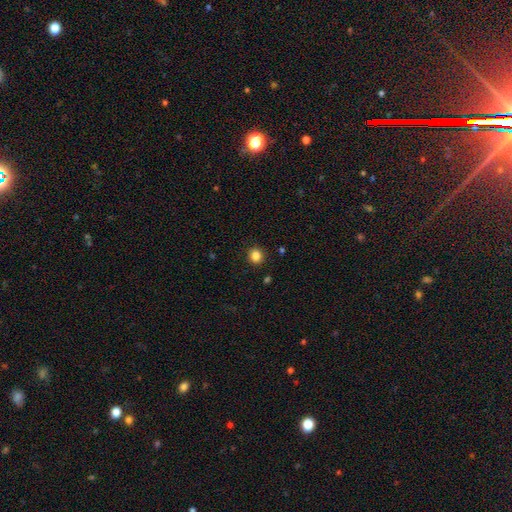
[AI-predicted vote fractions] The model was most divided on "how rounded": round: 83%, in between: 16%, cigar-shaped: 1%. More confident: merging — none (91%); smooth or featured — smooth (84%).